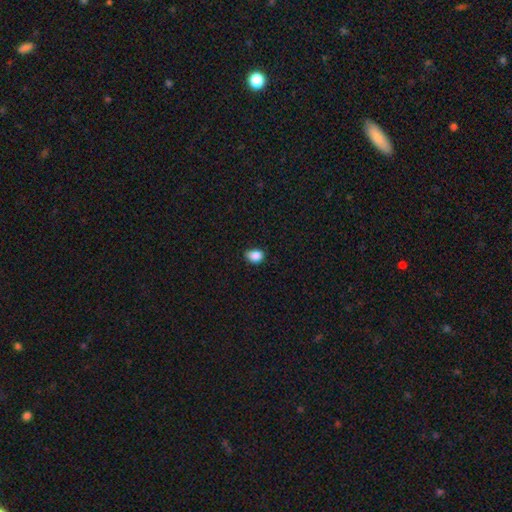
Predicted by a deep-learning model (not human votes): Smooth or featured?
  - smooth: 87% *
  - star or artifact: 10%
  - featured or disk: 4%
How rounded?
  - in between: 61% *
  - round: 37%
  - cigar-shaped: 1%
Merging?
  - none: 68% *
  - minor disturbance: 27%
  - major disturbance: 4%
  - merger: 1%